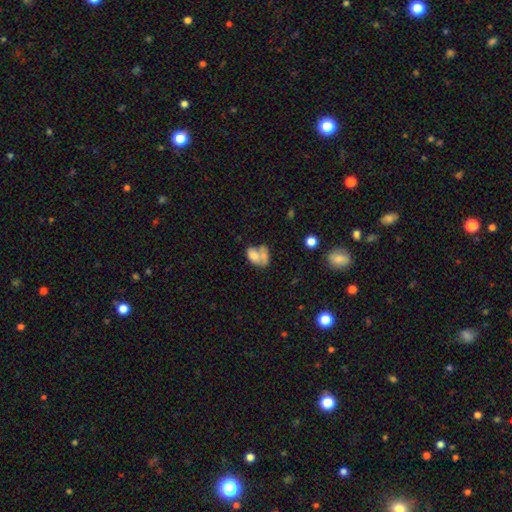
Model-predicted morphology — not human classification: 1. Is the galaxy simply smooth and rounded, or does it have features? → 66% smooth, 24% featured or disk, 10% star or artifact.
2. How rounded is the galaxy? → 82% in between, 17% round, 2% cigar-shaped.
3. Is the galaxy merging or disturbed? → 53% merger, 21% none, 13% minor disturbance, 13% major disturbance.